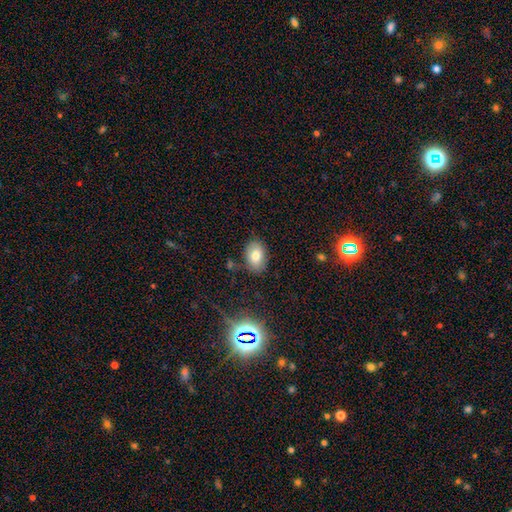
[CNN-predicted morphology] Overall: smooth (77%). How rounded: in between (84%). Merging: none (81%).